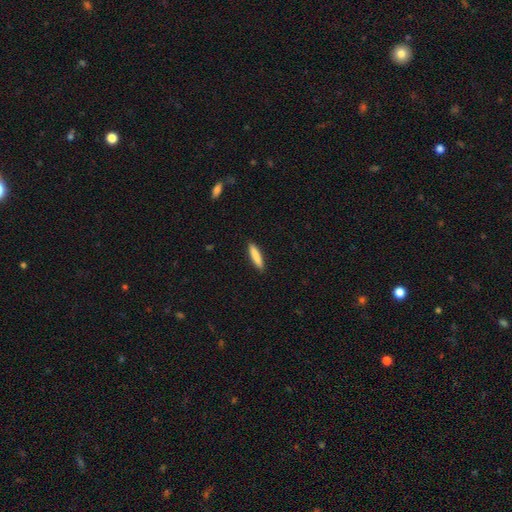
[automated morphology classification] This appears to be a smooth galaxy with no disk features (85%) that is cigar-shaped (85%). Merging: none (90%).